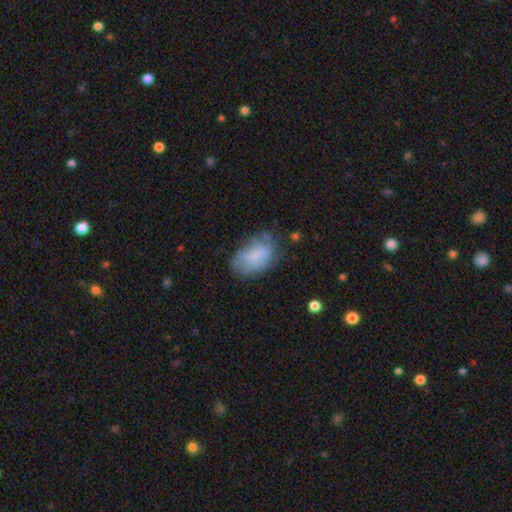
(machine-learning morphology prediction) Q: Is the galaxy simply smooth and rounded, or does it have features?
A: smooth — 69%.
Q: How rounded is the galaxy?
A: in between — 91%.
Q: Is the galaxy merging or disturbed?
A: none — 56%.